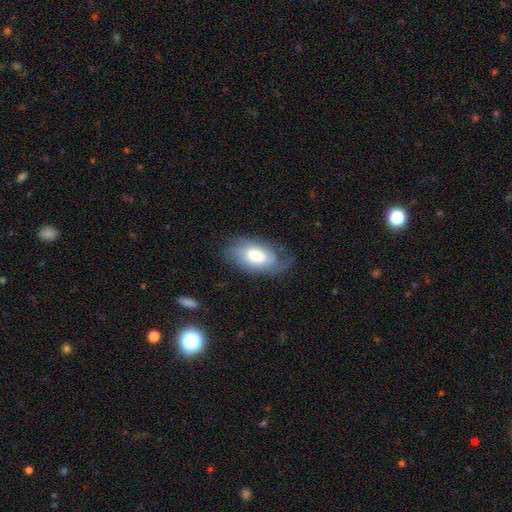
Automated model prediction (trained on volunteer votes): Q: Smooth or featured?
A: featured or disk (47%); runner-up: smooth (46%)
Q: Merging?
A: none (63%); runner-up: minor disturbance (24%)